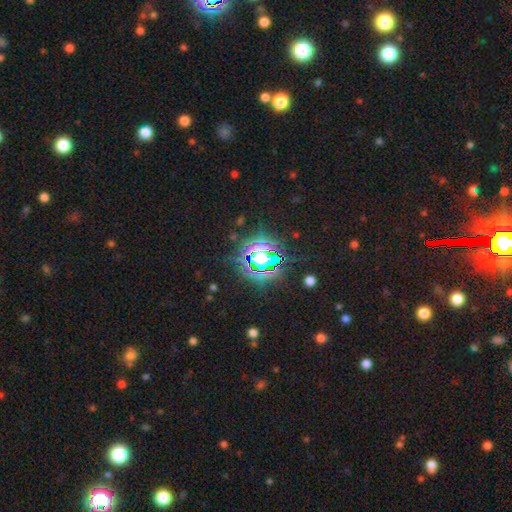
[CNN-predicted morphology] Smooth or featured? star or artifact (74%)